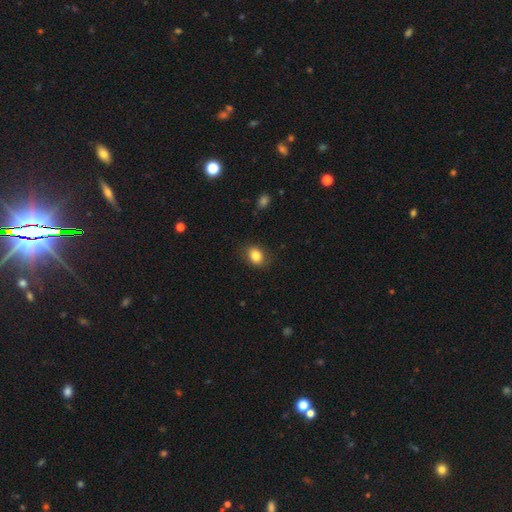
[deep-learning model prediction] Morphology: type=smooth (84%); roundness=in between (60%); merging=none (84%).